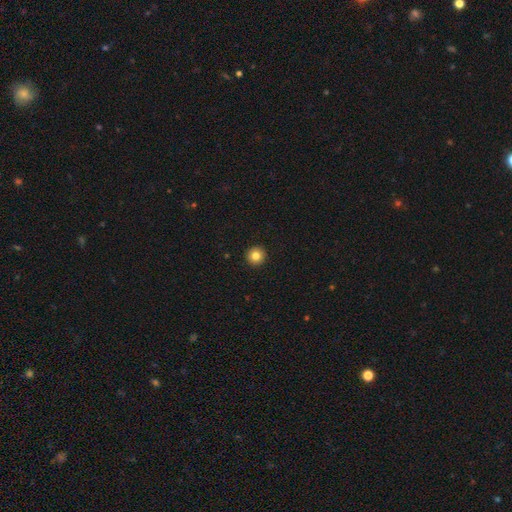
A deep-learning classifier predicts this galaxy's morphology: A smooth galaxy with no disk features (83%) that is round (96%). Merging: none (94%).